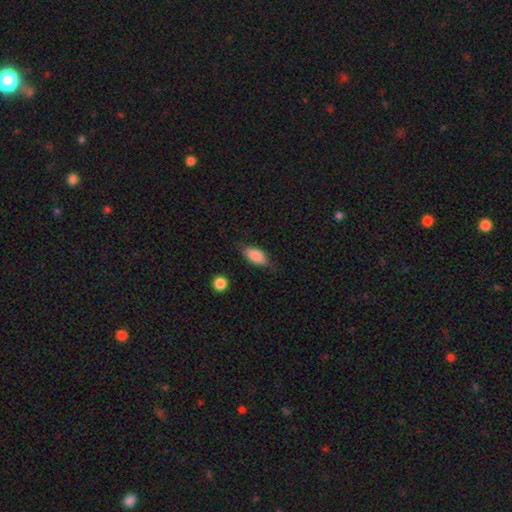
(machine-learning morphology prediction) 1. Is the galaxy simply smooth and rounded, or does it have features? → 85% smooth, 9% featured or disk, 7% star or artifact.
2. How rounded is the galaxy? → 89% in between, 8% cigar-shaped, 3% round.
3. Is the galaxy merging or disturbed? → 74% none, 20% minor disturbance, 5% major disturbance, 2% merger.